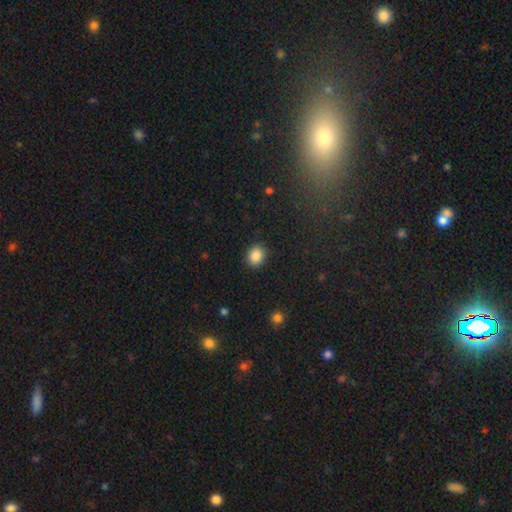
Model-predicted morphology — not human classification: Overall: smooth (88%). How rounded: round (60%; in between 39%). Merging: none (89%).